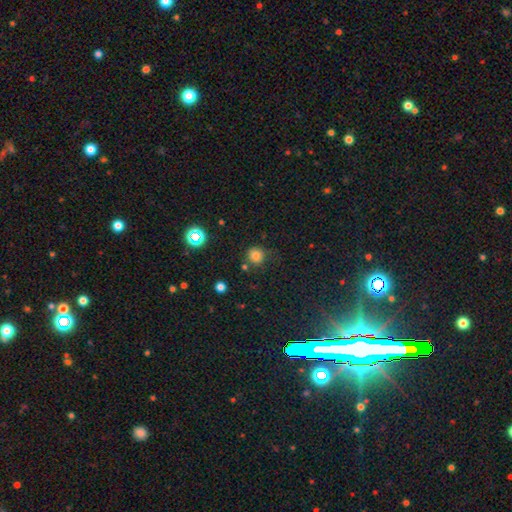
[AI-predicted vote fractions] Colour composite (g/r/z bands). It shows a smooth galaxy with no disk features (76%) that is round (87%). Merging: none (71%).